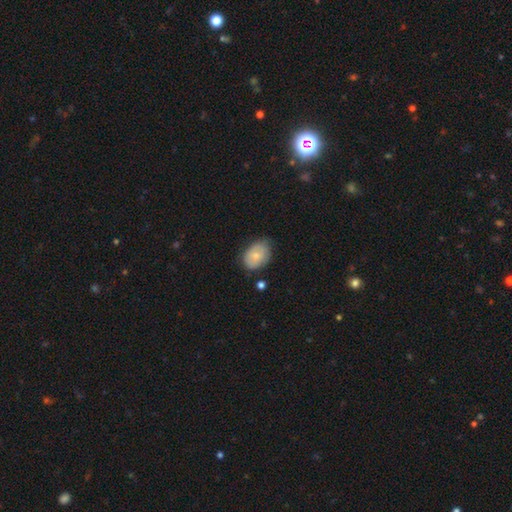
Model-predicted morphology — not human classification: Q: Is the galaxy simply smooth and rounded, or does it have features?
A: smooth — 73%.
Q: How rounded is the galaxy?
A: in between — 77%.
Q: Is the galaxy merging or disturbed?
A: none — 63%.